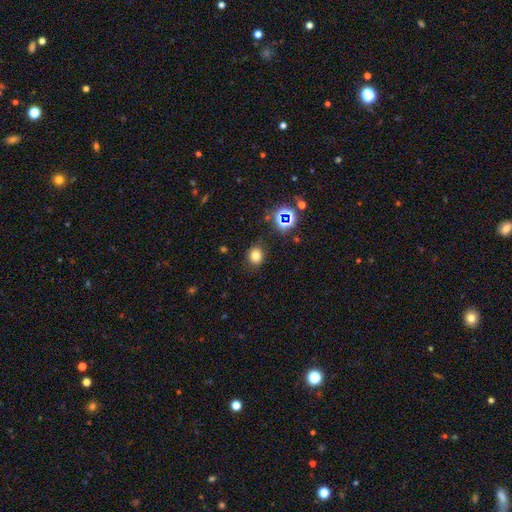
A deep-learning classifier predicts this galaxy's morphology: This is likely a smooth galaxy (74%). How rounded: likely round (67%). Merging: clearly none (84%).